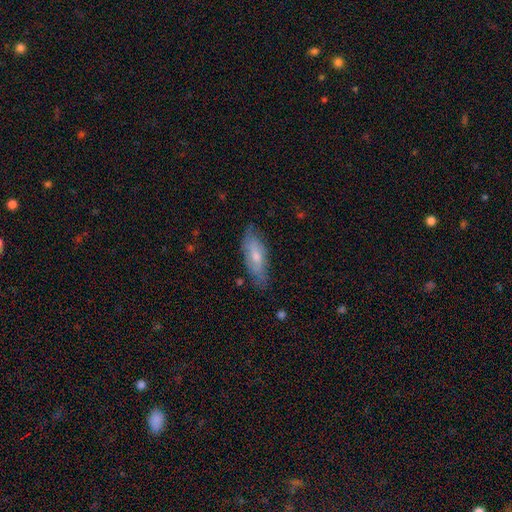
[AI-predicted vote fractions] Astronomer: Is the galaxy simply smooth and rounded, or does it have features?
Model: smooth — 56% (runner-up: featured or disk, 38%).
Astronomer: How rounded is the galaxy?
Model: in between — 62%.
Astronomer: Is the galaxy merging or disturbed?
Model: none — 73%.